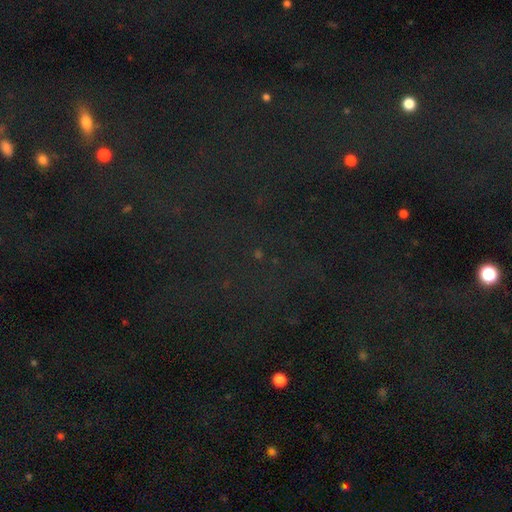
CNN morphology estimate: Overall: star or artifact (75%).